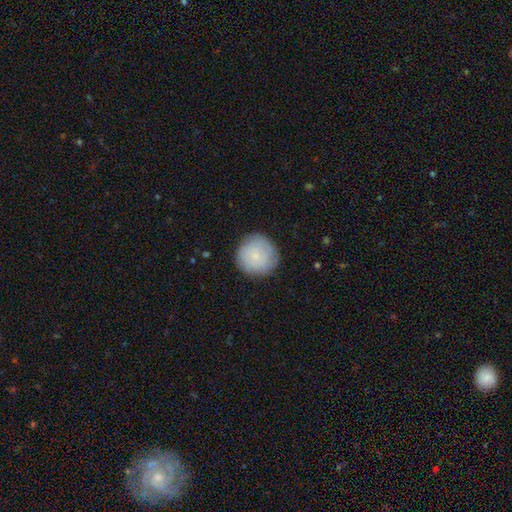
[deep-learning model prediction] Overall: smooth (77%). How rounded: round (94%). Merging: none (85%).